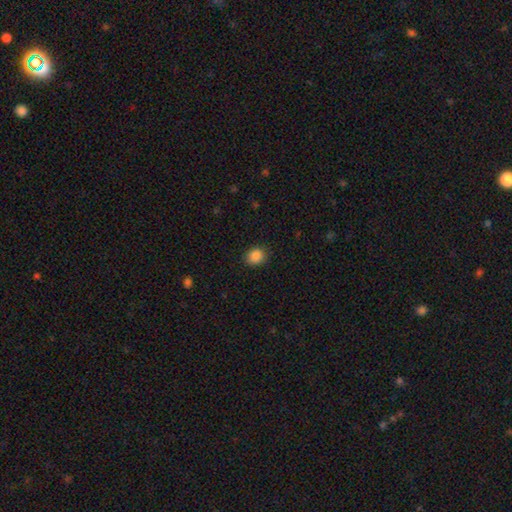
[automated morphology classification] Smooth or featured: smooth — 87% (star or artifact — 9%)
How rounded: round — 59% (in between — 40%)
Merging: none — 85% (minor disturbance — 11%)